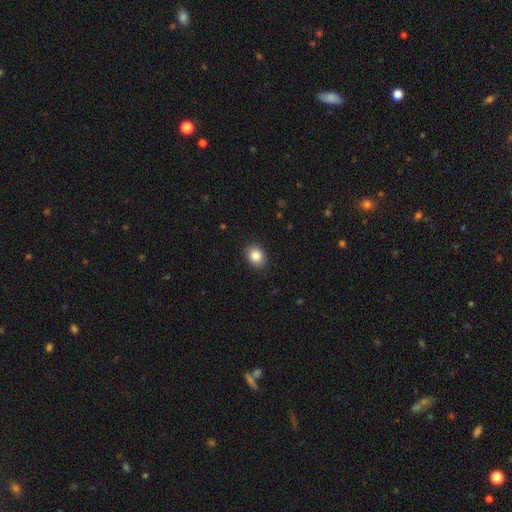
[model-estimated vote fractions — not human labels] Overall: smooth (86%). How rounded: in between (63%; round 36%). Merging: none (89%).